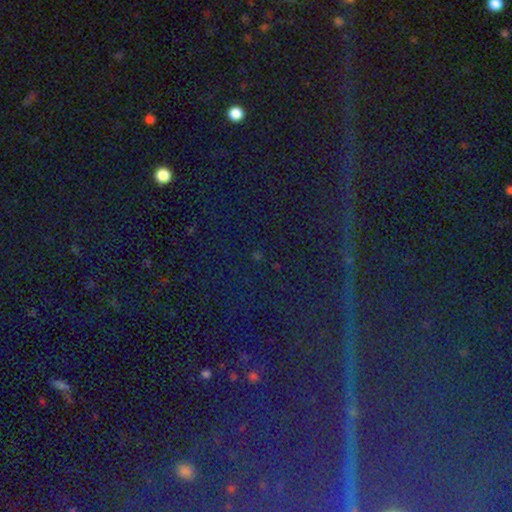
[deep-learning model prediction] A star or artifact, not a galaxy (85%).

Vote fractions:
- Smooth or featured? star or artifact: 85% / smooth: 8% / featured or disk: 7%